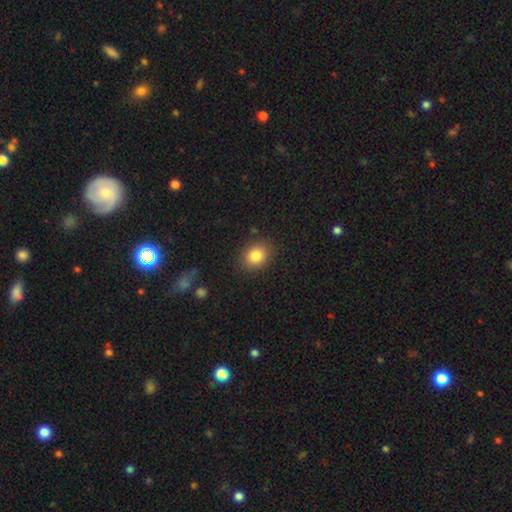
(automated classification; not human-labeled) This is clearly a smooth galaxy (84%). How rounded: possibly round (55%). Merging: clearly none (86%).